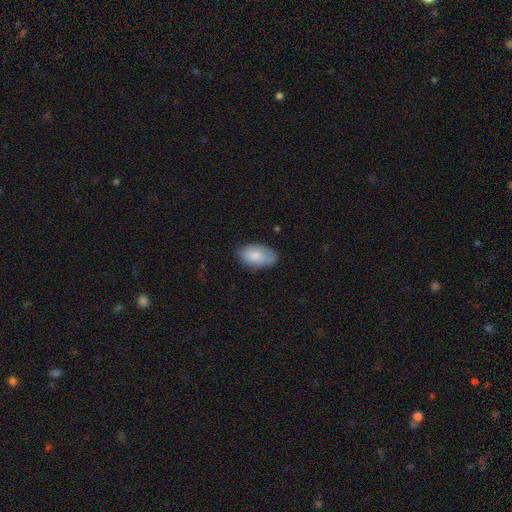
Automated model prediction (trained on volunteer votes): This appears to be a smooth galaxy with no disk features (81%) that is in between round and cigar-shaped (93%). Merging: none (72%).